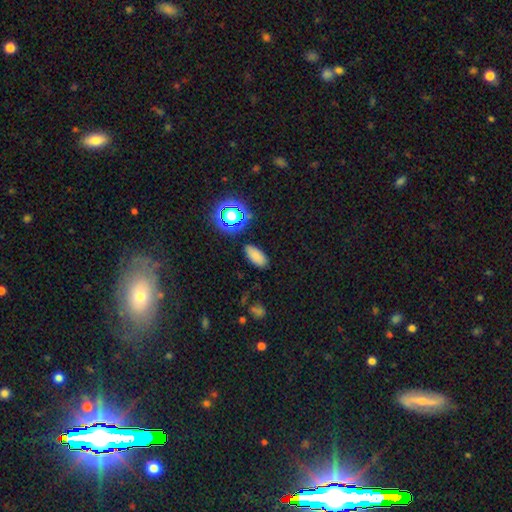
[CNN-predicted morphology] Smooth or featured: smooth — 77% (star or artifact — 17%)
How rounded: in between — 87% (cigar-shaped — 10%)
Merging: none — 86% (minor disturbance — 9%)